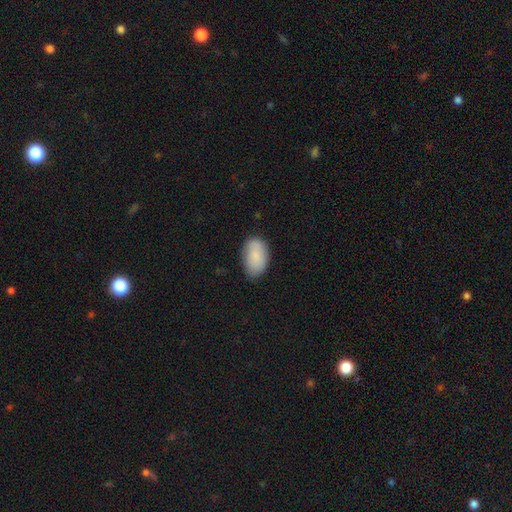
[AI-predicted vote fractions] smooth-or-featured: smooth: 86% | featured or disk: 8% | star or artifact: 7%
  how-rounded: in between: 93% | round: 6% | cigar-shaped: 1%
  merging: none: 75% | minor disturbance: 21% | major disturbance: 3% | merger: 1%